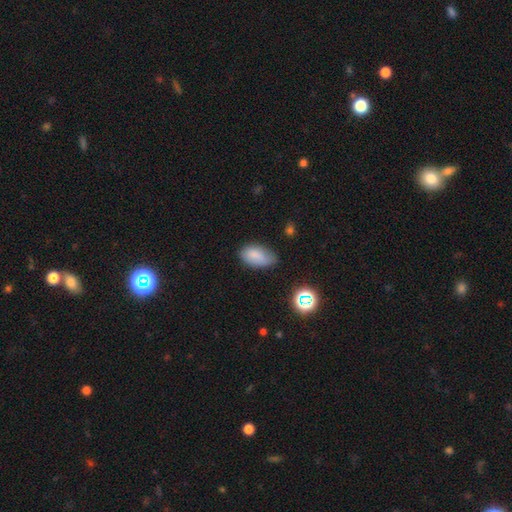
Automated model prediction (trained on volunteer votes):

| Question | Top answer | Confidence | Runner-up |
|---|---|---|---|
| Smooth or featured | smooth | 83% | star or artifact (10%) |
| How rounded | in between | 93% | round (5%) |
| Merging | none | 63% | minor disturbance (28%) |